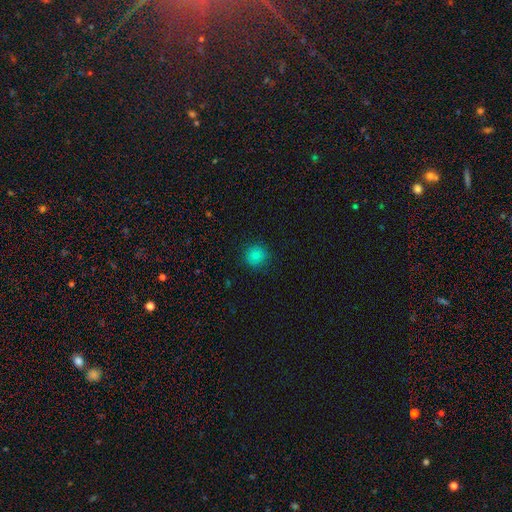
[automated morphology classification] Smooth or featured: smooth — 81% (star or artifact — 13%)
How rounded: round — 92% (in between — 7%)
Merging: none — 89% (minor disturbance — 8%)